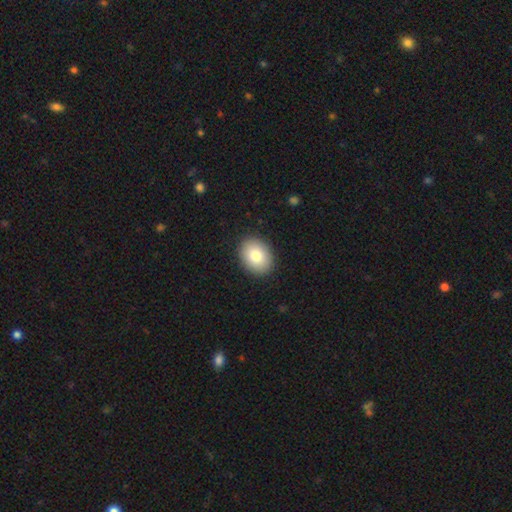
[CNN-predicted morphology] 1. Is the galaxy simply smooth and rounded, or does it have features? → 83% smooth, 9% featured or disk, 7% star or artifact.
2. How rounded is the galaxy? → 69% in between, 30% round, 1% cigar-shaped.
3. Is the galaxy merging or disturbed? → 90% none, 7% minor disturbance, 2% major disturbance, 1% merger.